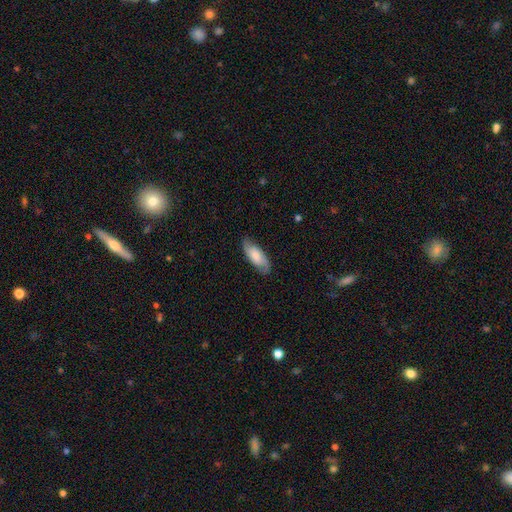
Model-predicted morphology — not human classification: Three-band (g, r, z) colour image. It shows a smooth galaxy with no disk features (59%) that is in between round and cigar-shaped (78%). Merging: none (79%).